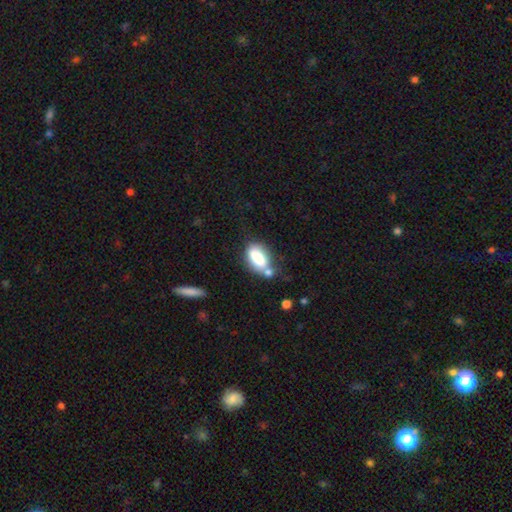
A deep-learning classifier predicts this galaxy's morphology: type=smooth (80%); roundness=in between (87%); merging=none (46%).